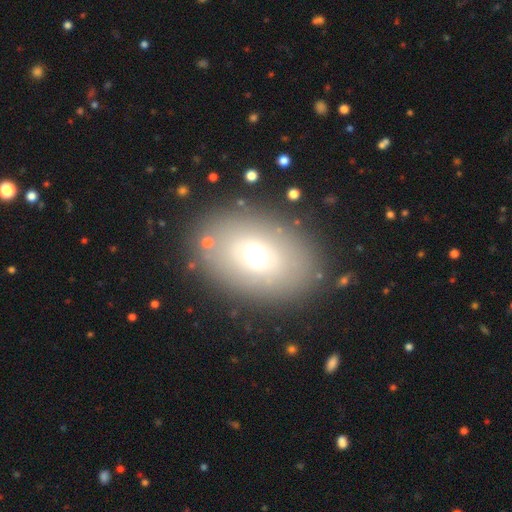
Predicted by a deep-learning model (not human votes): Smooth or featured? smooth (58%)
How rounded? in between (77%)
Merging? none (82%)